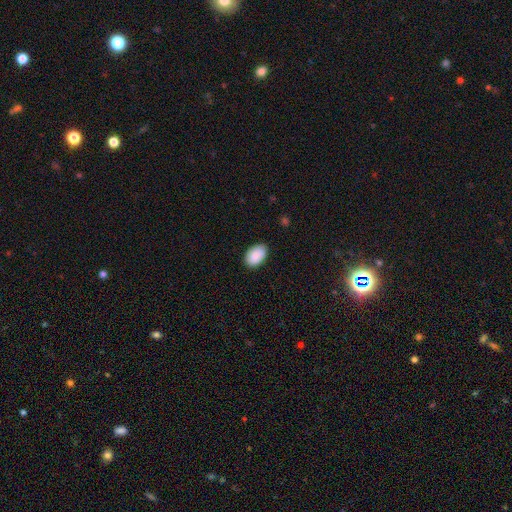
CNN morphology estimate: type=smooth (90%); roundness=in between (89%); merging=none (85%).